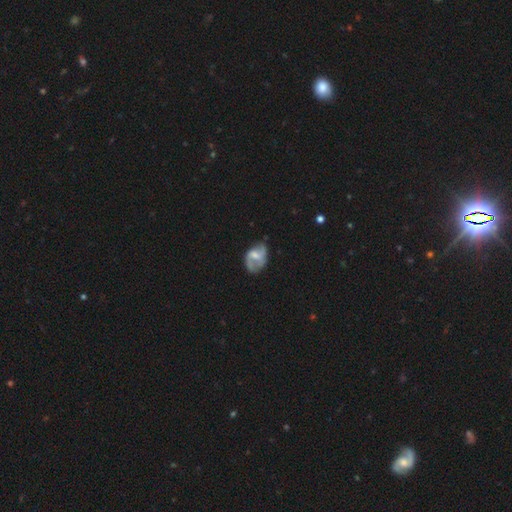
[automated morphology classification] smooth-or-featured: featured or disk: 62% | smooth: 31% | star or artifact: 7%
  disk-edge-on: no: 97% | yes: 3%
    bar: weak: 49% | no: 37% | strong: 14%
    has-spiral-arms: yes: 80% | no: 20%
    bulge-size: moderate: 38% | small: 36% | none: 19% | large: 5% | dominant: 1%
  merging: none: 52% | minor disturbance: 28% | major disturbance: 16% | merger: 3%